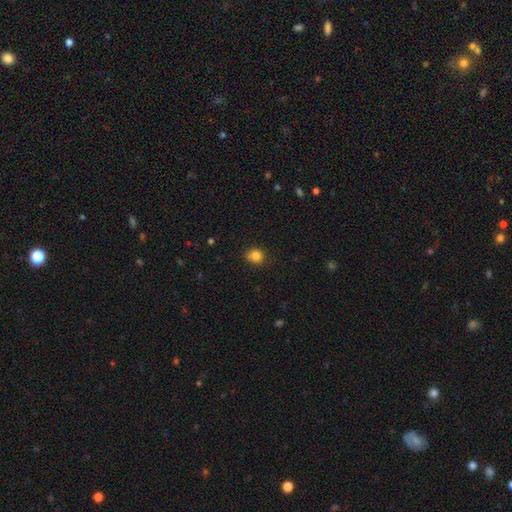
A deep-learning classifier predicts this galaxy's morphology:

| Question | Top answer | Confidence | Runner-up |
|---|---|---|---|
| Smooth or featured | smooth | 82% | star or artifact (12%) |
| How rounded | round | 78% | in between (21%) |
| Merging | none | 77% | minor disturbance (17%) |